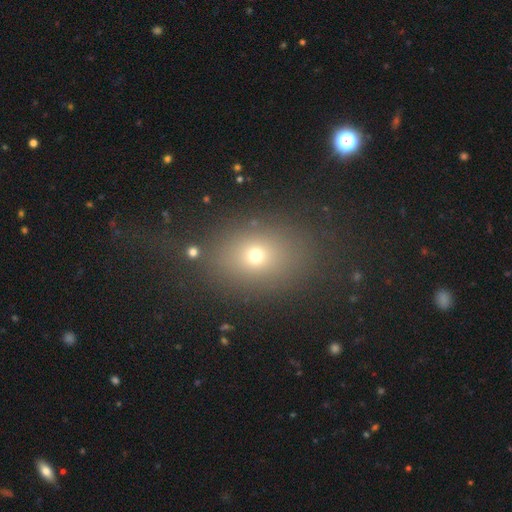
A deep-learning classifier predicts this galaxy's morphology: smooth_or_featured: smooth (p=0.67) [alt: star or artifact p=0.21]
how_rounded: in between (p=0.54) [alt: round p=0.45]
merging: none (p=0.79) [alt: minor disturbance p=0.11]